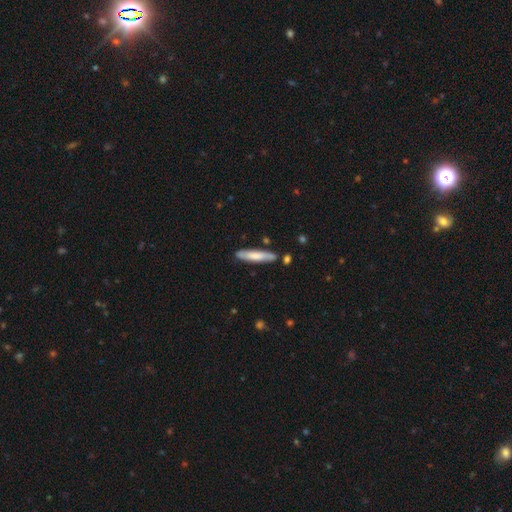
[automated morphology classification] The model was most divided on "smooth or featured": smooth: 71%, featured or disk: 24%, star or artifact: 5%. More confident: how rounded — cigar-shaped (87%); merging — none (82%).